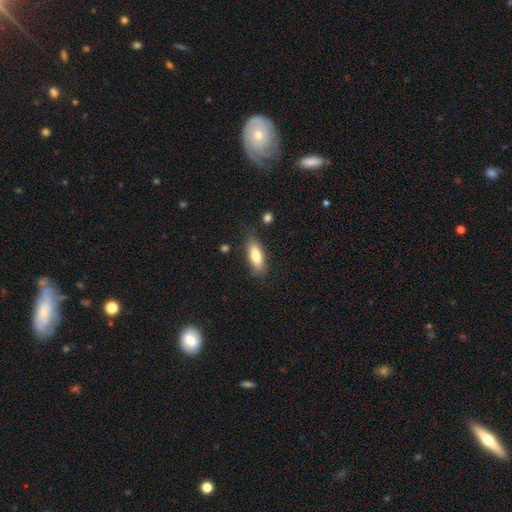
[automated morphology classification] smooth-or-featured: smooth: 77% | featured or disk: 17% | star or artifact: 6%
  how-rounded: in between: 69% | cigar-shaped: 29% | round: 2%
  merging: none: 81% | minor disturbance: 14% | major disturbance: 3% | merger: 2%